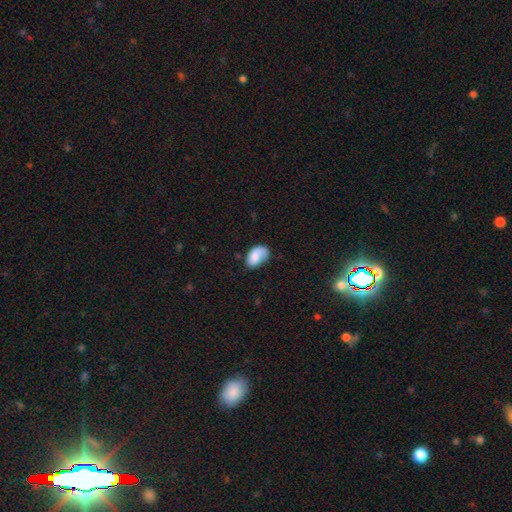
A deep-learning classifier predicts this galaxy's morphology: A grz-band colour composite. It shows a smooth galaxy with no disk features (71%) that is in between round and cigar-shaped (90%). Merging: none (52%).